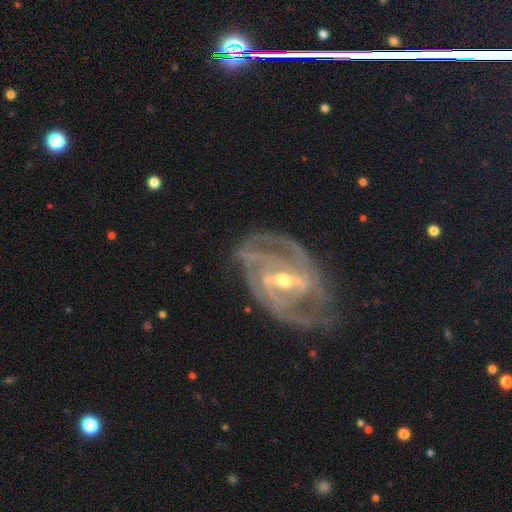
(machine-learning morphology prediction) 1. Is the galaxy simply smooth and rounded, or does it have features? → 92% featured or disk, 5% star or artifact, 3% smooth.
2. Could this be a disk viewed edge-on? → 96% no, 4% yes.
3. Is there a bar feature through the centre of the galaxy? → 55% strong, 33% weak, 11% no.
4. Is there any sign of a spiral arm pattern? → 97% yes, 3% no.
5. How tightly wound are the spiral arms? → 48% tight, 43% medium, 9% loose.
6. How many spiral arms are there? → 33% 3, 31% 2, 13% can't tell, 12% 4, 5% more than 4, 5% 1.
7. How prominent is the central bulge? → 54% moderate, 43% small, 2% large, 1% none, 1% dominant.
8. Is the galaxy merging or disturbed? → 68% none, 19% minor disturbance, 11% major disturbance, 2% merger.